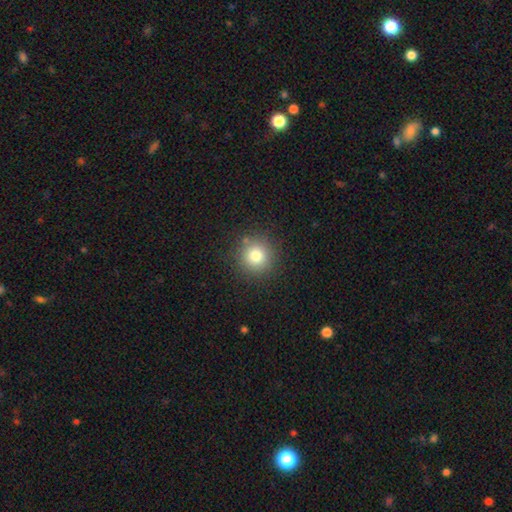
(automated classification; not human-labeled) The model was most divided on "smooth or featured": smooth: 79%, star or artifact: 13%, featured or disk: 8%. More confident: how rounded — round (94%); merging — none (87%).